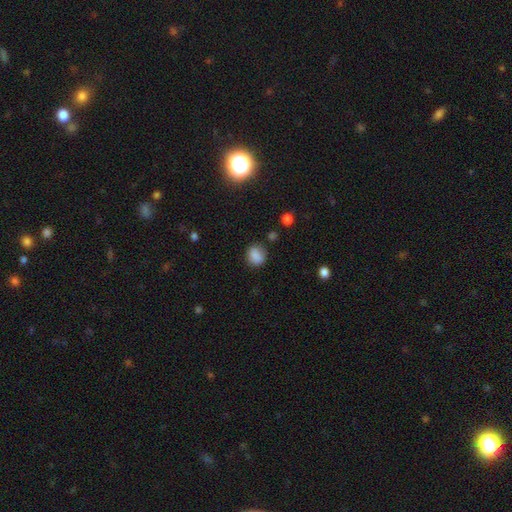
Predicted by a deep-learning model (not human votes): Smooth or featured? smooth (83%)
How rounded? round (64%)
Merging? none (74%)